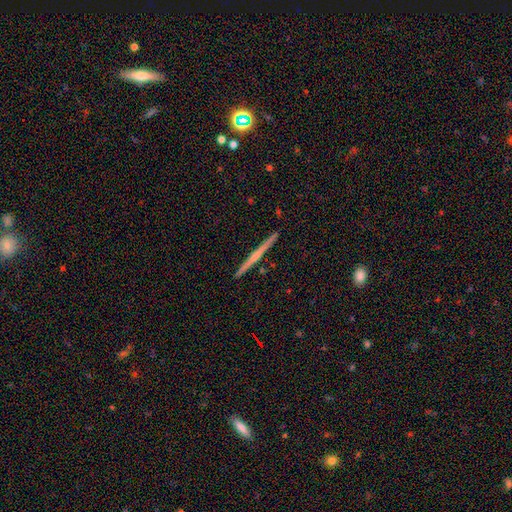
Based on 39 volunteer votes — featured or disk 74%, smooth 18%, star or artifact 8%. Down the decision tree: edge-on disk — yes (100%); edge-on bulge — rounded (69%); merging — none (92%).